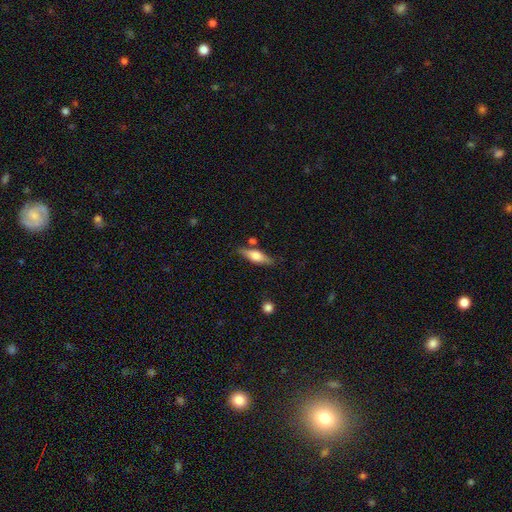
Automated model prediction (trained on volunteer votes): A smooth galaxy with no disk features (48%).

Vote fractions:
- Smooth or featured? smooth: 48% / featured or disk: 46% / star or artifact: 6%
- Merging? none: 78% / minor disturbance: 13% / merger: 6% / major disturbance: 3%